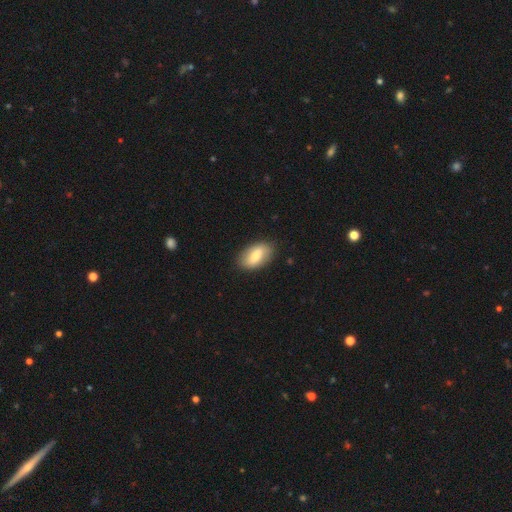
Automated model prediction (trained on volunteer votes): Smooth or featured? smooth (68%)
How rounded? in between (92%)
Merging? none (85%)